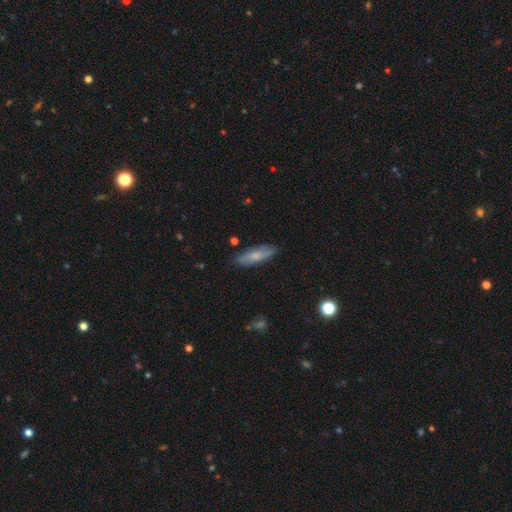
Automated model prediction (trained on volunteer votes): This is likely a smooth galaxy (66%). How rounded: possibly cigar-shaped (51%). Merging: clearly none (84%).